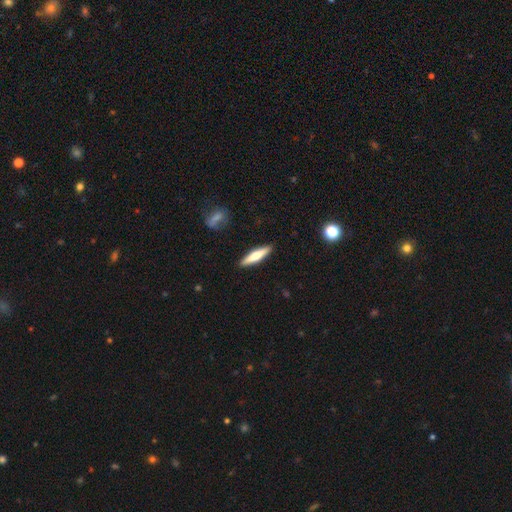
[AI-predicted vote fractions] Overall: smooth (54%; featured or disk 41%). How rounded: cigar-shaped (82%). Merging: none (90%).